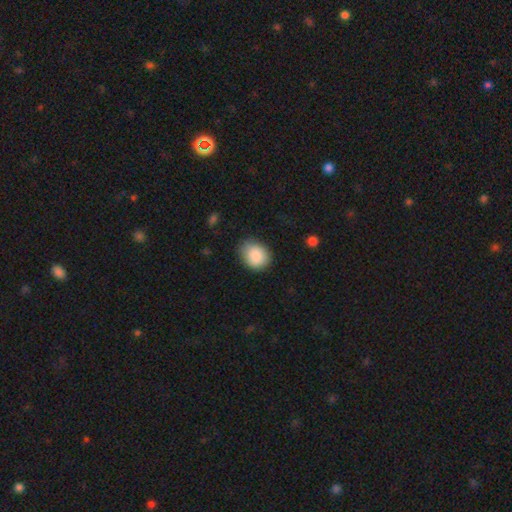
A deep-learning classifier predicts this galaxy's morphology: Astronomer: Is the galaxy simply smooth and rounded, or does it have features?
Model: smooth — 89%.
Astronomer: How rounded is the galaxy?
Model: round — 55% (runner-up: in between, 44%).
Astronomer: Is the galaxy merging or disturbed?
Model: none — 78%.